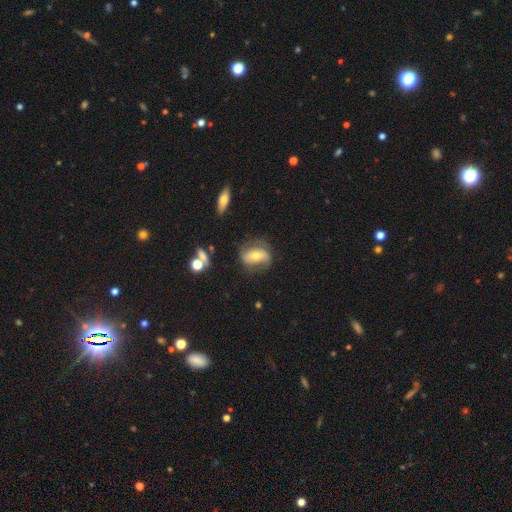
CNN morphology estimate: A featured or disk galaxy (56%) with a strong bar (37%), spiral arms (67%) and a moderate central bulge (59%).

Vote fractions:
- Smooth or featured? featured or disk: 56% / smooth: 36% / star or artifact: 8%
- Edge-on disk? no: 92% / yes: 8%
- Bar? strong: 37% / no: 35% / weak: 28%
- Spiral arms? yes: 67% / no: 33%
- Bulge size? moderate: 59% / small: 32% / large: 6% / none: 1% / dominant: 1%
- Merging? none: 61% / minor disturbance: 22% / major disturbance: 15% / merger: 2%